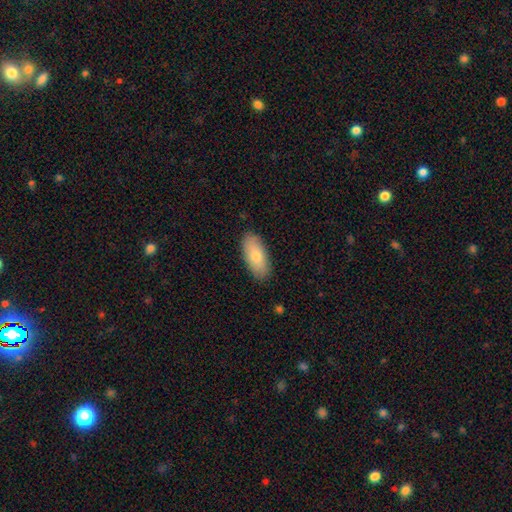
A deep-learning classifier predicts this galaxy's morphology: Smooth or featured?
  - smooth: 77% *
  - featured or disk: 17%
  - star or artifact: 6%
How rounded?
  - in between: 88% *
  - cigar-shaped: 10%
  - round: 2%
Merging?
  - none: 89% *
  - minor disturbance: 9%
  - major disturbance: 2%
  - merger: 1%